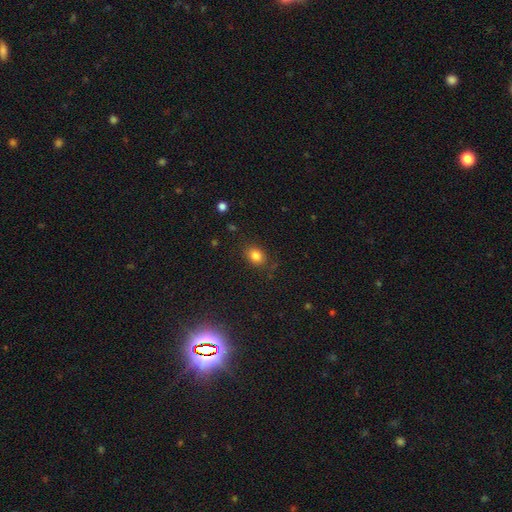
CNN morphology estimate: smooth_or_featured: smooth (p=0.82) [alt: star or artifact p=0.11]
how_rounded: in between (p=0.52) [alt: round p=0.47]
merging: none (p=0.83) [alt: minor disturbance p=0.12]